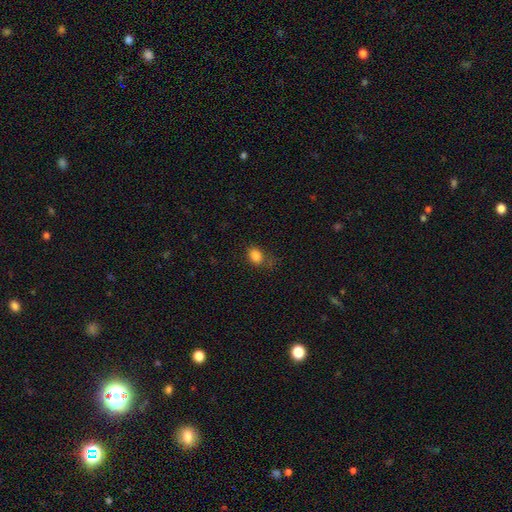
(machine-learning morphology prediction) The model was most divided on "how rounded": in between: 66%, round: 33%, cigar-shaped: 1%. More confident: smooth or featured — smooth (83%); merging — none (66%).